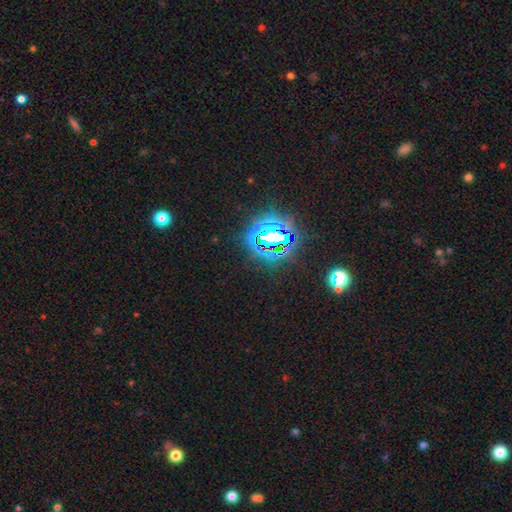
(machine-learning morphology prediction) Q: Smooth or featured?
A: star or artifact (83%); runner-up: smooth (11%)